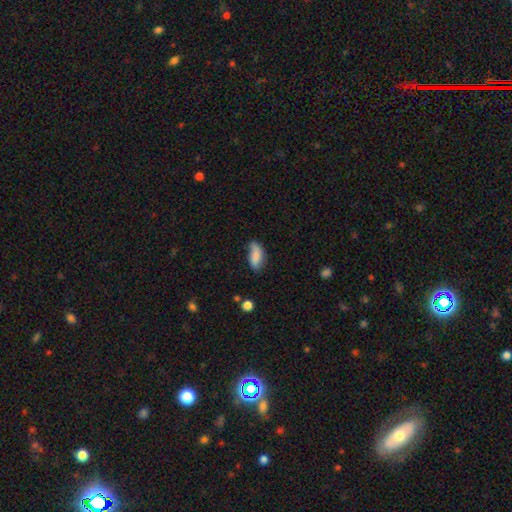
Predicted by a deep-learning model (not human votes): Overall: smooth (77%). How rounded: in between (86%). Merging: none (50%; minor disturbance 35%).